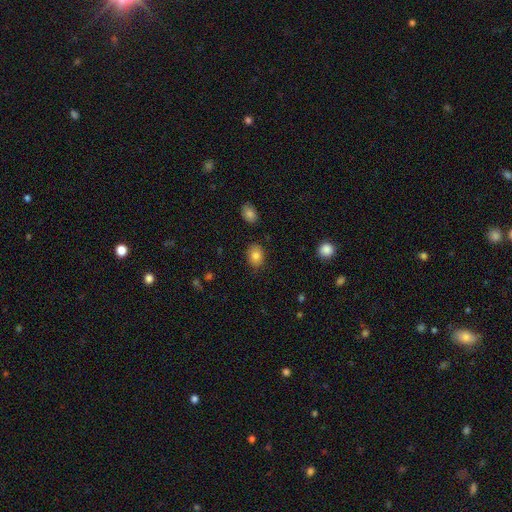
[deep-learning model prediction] Morphology: type=smooth (82%); roundness=in between (59%); merging=none (85%).